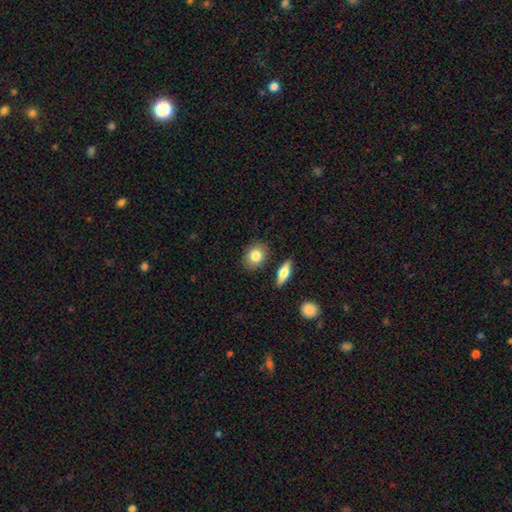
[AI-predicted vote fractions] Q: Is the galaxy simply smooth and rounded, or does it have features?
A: smooth — 82%.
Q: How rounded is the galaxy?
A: in between — 54%.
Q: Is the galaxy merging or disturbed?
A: none — 83%.